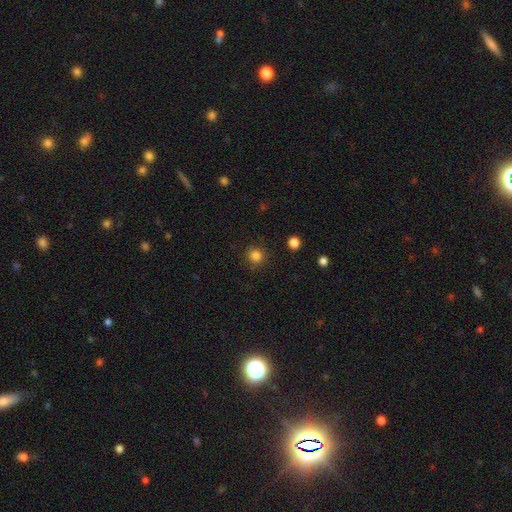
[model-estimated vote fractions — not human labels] This is clearly a smooth galaxy (83%). How rounded: clearly round (92%). Merging: clearly none (87%).